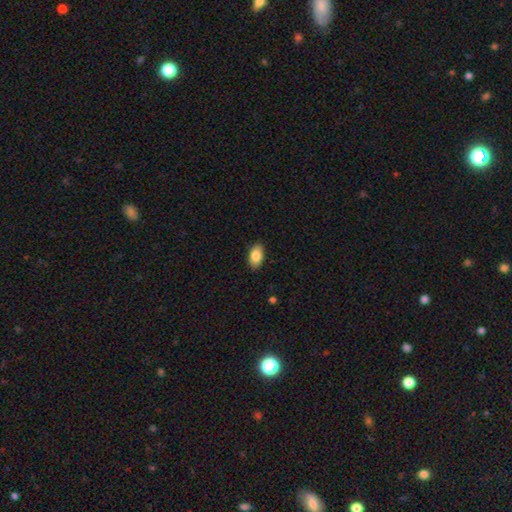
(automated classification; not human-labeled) Smooth or featured? Predicted: smooth (p=0.87). How rounded? Predicted: in between (p=0.93). Merging? Predicted: none (p=0.88).